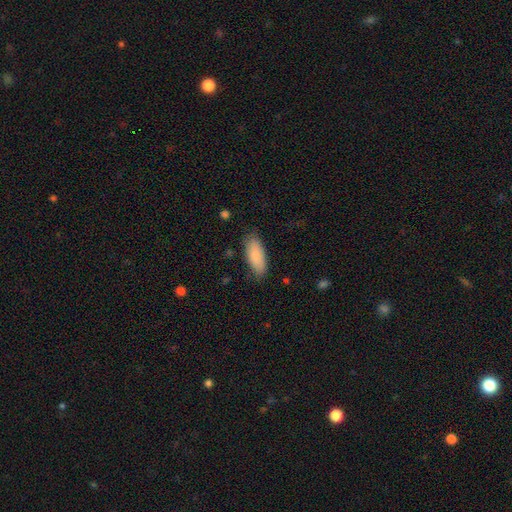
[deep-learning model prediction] Smooth or featured: smooth — 88% (featured or disk — 6%)
How rounded: in between — 80% (cigar-shaped — 18%)
Merging: none — 82% (minor disturbance — 14%)